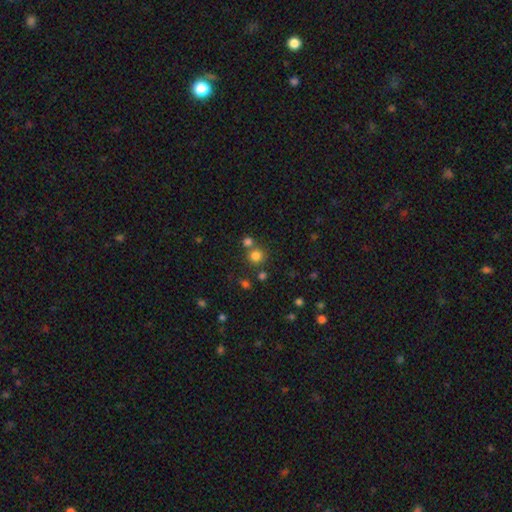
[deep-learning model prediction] Smooth or featured: smooth — 78% (star or artifact — 16%)
How rounded: round — 91% (in between — 8%)
Merging: none — 69% (merger — 20%)